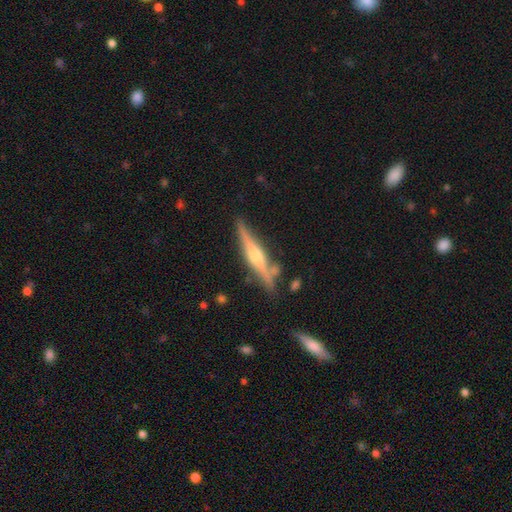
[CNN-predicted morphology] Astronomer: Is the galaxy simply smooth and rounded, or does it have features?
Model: featured or disk — 71%.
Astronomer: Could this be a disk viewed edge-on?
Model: yes — 97%.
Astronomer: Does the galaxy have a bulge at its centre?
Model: rounded — 87%.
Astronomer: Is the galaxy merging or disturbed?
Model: none — 79%.